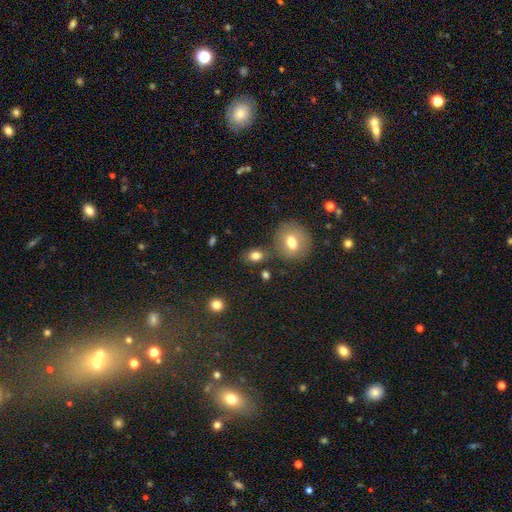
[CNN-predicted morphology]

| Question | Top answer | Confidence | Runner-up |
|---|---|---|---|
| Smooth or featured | smooth | 80% | star or artifact (11%) |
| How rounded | in between | 64% | round (35%) |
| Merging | none | 67% | merger (14%) |